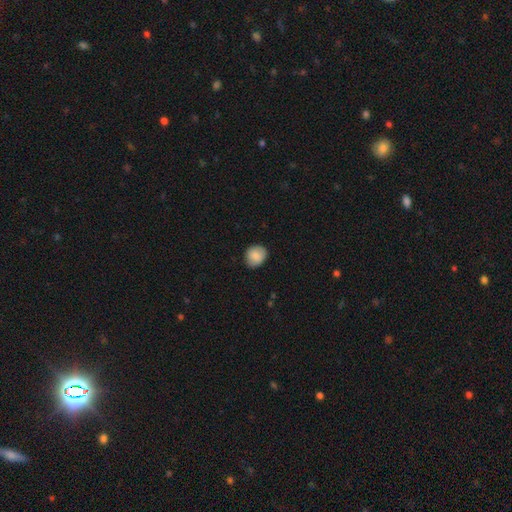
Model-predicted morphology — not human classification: Smooth or featured?
  - smooth: 87% *
  - star or artifact: 7%
  - featured or disk: 6%
How rounded?
  - round: 72% *
  - in between: 27%
  - cigar-shaped: 1%
Merging?
  - none: 81% *
  - minor disturbance: 15%
  - major disturbance: 2%
  - merger: 1%